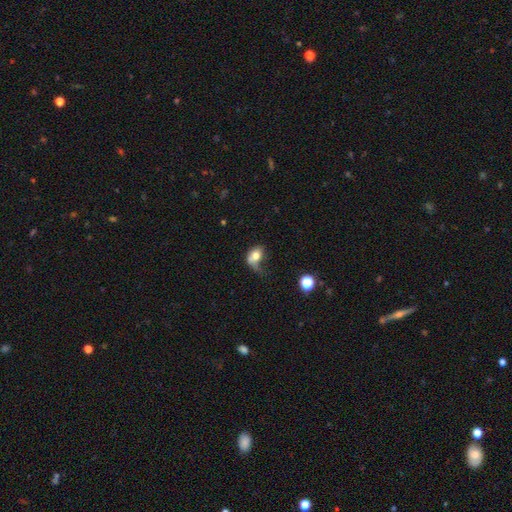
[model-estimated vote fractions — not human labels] Smooth or featured? smooth (68%)
How rounded? in between (64%)
Merging? major disturbance (40%)